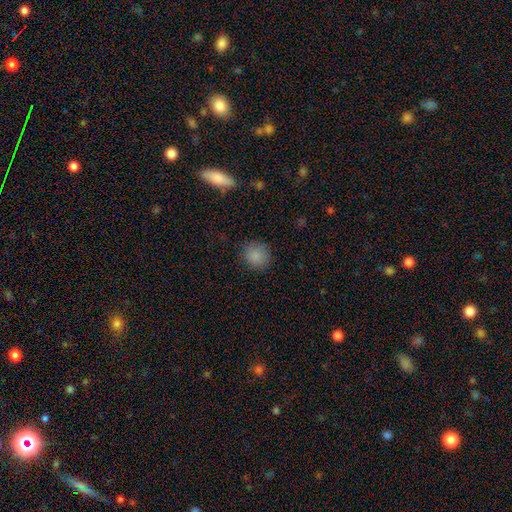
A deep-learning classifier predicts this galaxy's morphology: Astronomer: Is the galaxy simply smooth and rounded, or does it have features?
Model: smooth — 85%.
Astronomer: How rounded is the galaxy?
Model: round — 86%.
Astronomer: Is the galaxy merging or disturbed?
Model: none — 84%.